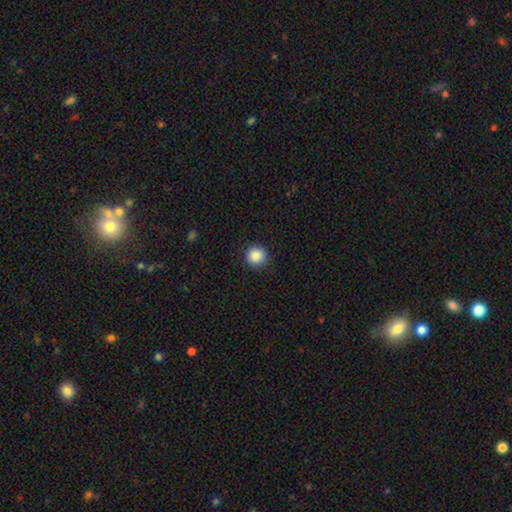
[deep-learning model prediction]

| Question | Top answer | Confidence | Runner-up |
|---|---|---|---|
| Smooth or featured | smooth | 88% | star or artifact (9%) |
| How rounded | round | 95% | in between (4%) |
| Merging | none | 91% | minor disturbance (6%) |